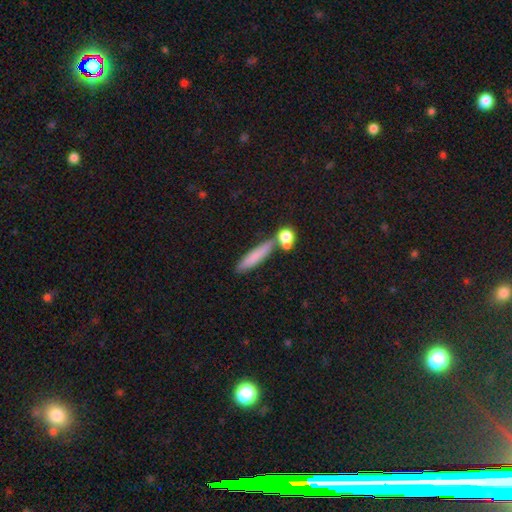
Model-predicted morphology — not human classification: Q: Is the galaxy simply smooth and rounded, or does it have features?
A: smooth — 75%.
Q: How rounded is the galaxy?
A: cigar-shaped — 82%.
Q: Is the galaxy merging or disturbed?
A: none — 72%.